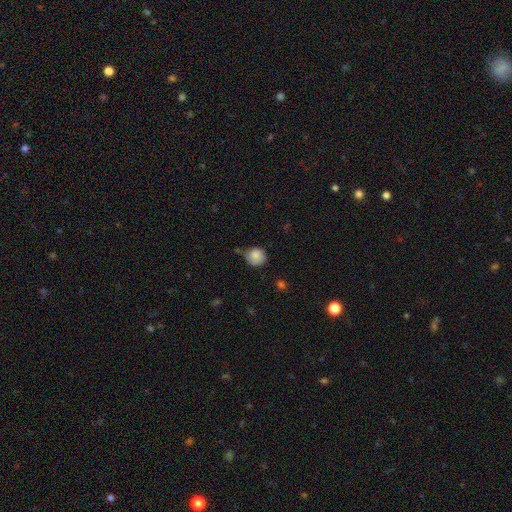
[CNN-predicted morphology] Smooth or featured: smooth — 84% (star or artifact — 8%)
How rounded: round — 85% (in between — 14%)
Merging: none — 53% (minor disturbance — 33%)